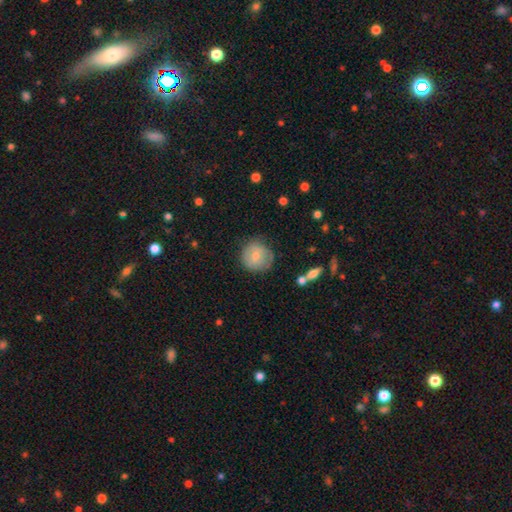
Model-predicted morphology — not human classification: Smooth or featured? Predicted: smooth (p=0.68). How rounded? Predicted: round (p=0.91). Merging? Predicted: none (p=0.72).